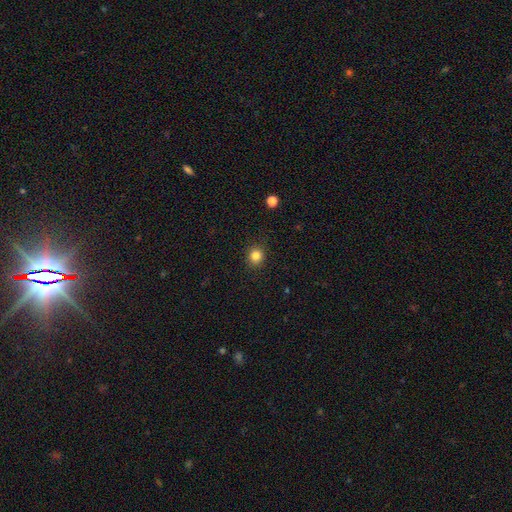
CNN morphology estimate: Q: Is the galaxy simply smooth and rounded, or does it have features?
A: smooth — 83%.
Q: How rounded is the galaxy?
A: round — 87%.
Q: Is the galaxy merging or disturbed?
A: none — 90%.